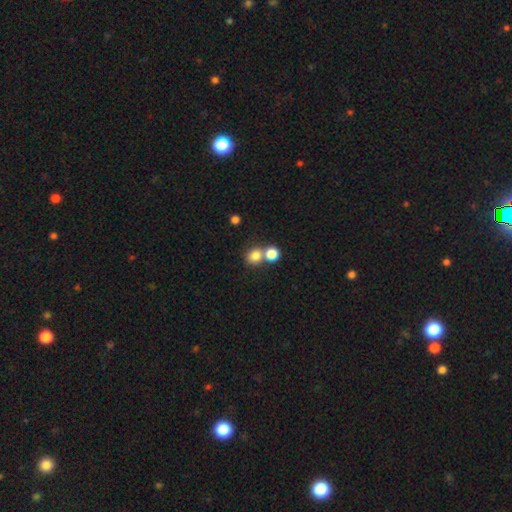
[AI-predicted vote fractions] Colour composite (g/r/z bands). It shows a smooth galaxy with no disk features (80%) that is round (79%). Merging: none (50%).